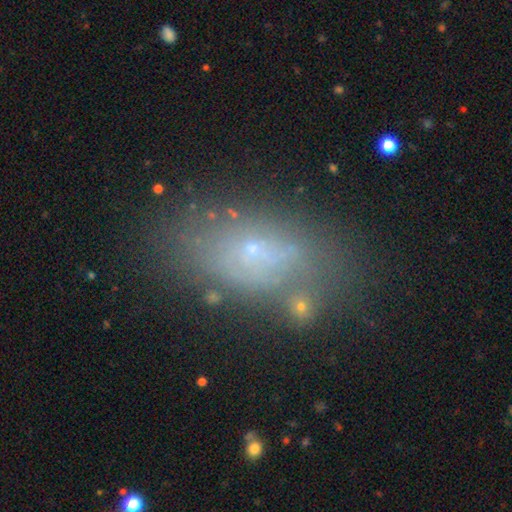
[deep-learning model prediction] Morphology: type=smooth (48%); merging=none (64%).